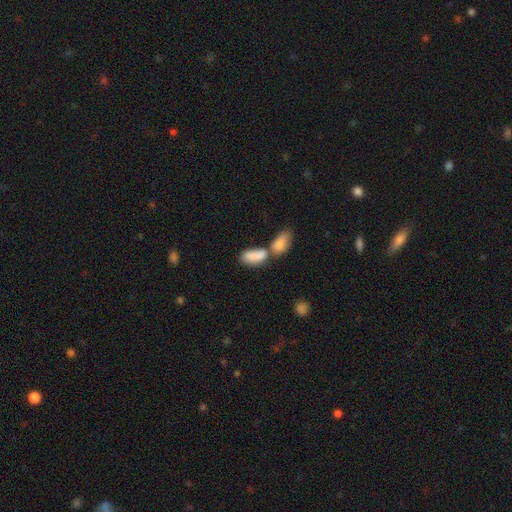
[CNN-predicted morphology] This is clearly a smooth galaxy (82%). How rounded: clearly in between (84%). Merging: likely merger (62%).